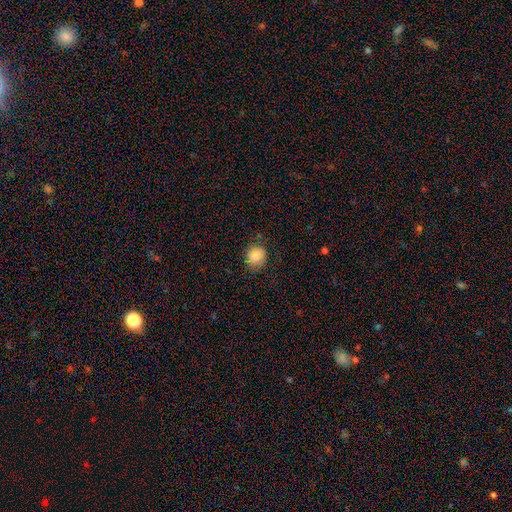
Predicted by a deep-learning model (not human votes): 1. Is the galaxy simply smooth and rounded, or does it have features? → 86% smooth, 9% star or artifact, 5% featured or disk.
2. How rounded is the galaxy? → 77% round, 22% in between, 1% cigar-shaped.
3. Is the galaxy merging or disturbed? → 77% none, 17% minor disturbance, 4% major disturbance, 1% merger.